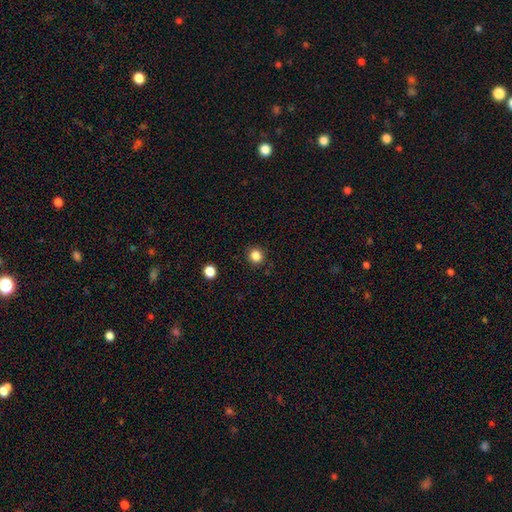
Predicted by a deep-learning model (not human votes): Smooth or featured? smooth (84%)
How rounded? round (91%)
Merging? none (91%)